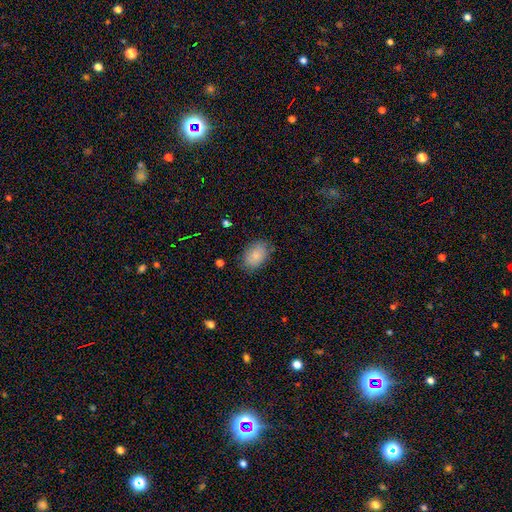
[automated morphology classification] A smooth galaxy with no disk features (83%) that is in between round and cigar-shaped (84%). Merging: none (80%).